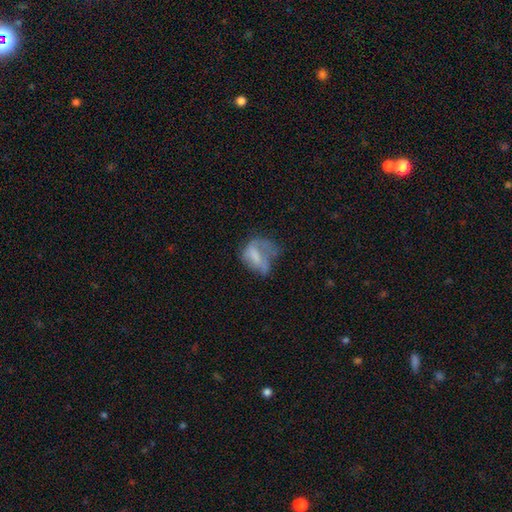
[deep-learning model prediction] Smooth or featured? Predicted: smooth (p=0.52). How rounded? Predicted: in between (p=0.69). Merging? Predicted: major disturbance (p=0.46).